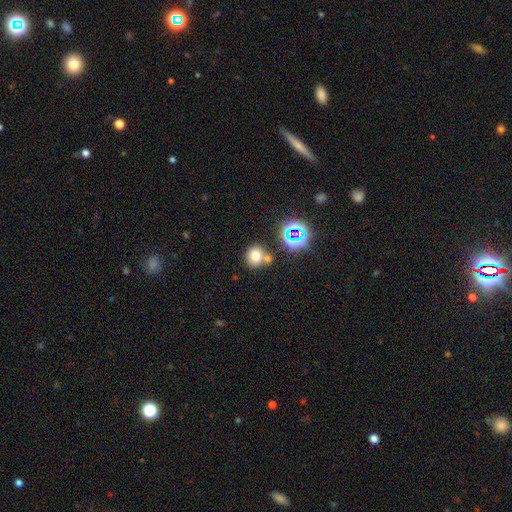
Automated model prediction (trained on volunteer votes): This appears to be a smooth galaxy with no disk features (71%) that is round (75%). Merging: none (58%).